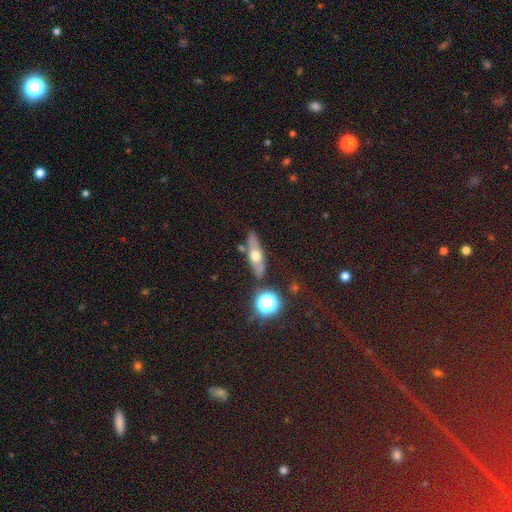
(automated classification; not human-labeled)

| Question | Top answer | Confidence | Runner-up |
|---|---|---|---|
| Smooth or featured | featured or disk | 48% | smooth (41%) |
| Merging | none | 78% | minor disturbance (13%) |